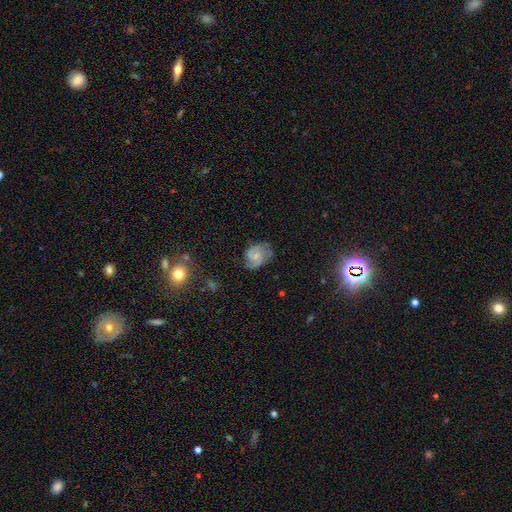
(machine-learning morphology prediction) Smooth or featured? featured or disk (66%)
Edge-on disk? no (98%)
Bar? no (60%)
Spiral arms? yes (90%)
Spiral winding? medium (48%)
Spiral arm count? 2 (63%)
Bulge size? small (58%)
Merging? none (63%)